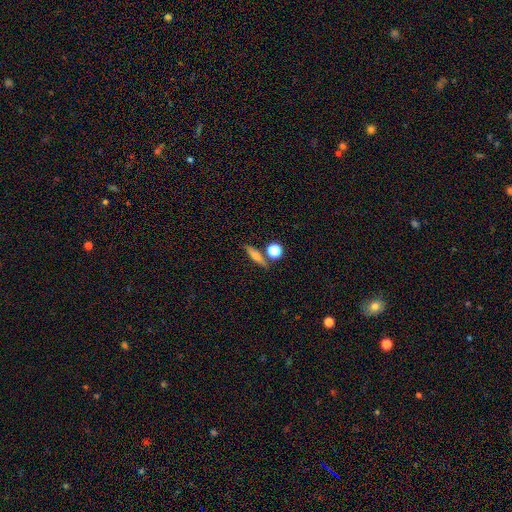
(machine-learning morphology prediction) The model was most divided on "smooth or featured": smooth: 52%, featured or disk: 37%, star or artifact: 10%. More confident: merging — none (76%); how rounded — cigar-shaped (64%).